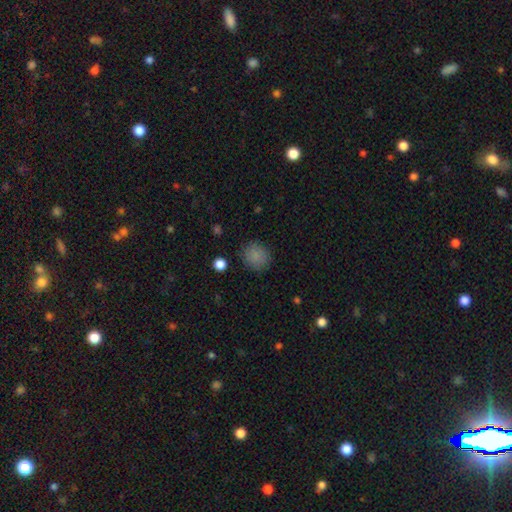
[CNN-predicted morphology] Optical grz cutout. It shows a smooth galaxy with no disk features (85%) that is round (88%). Merging: none (86%).